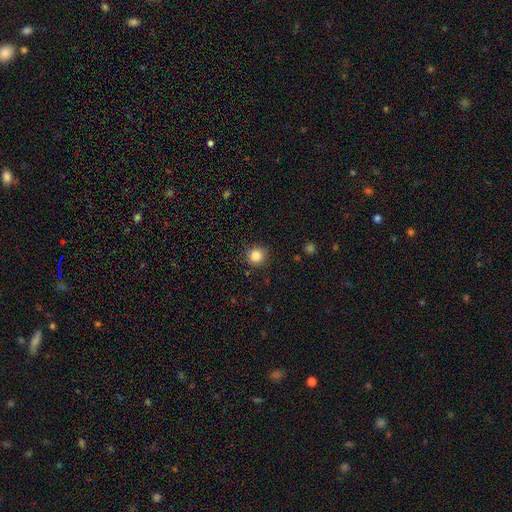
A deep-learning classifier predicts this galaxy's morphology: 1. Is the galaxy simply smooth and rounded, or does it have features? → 85% smooth, 11% star or artifact, 4% featured or disk.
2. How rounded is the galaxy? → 91% round, 8% in between, 1% cigar-shaped.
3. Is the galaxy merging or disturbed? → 89% none, 8% minor disturbance, 2% major disturbance, 1% merger.